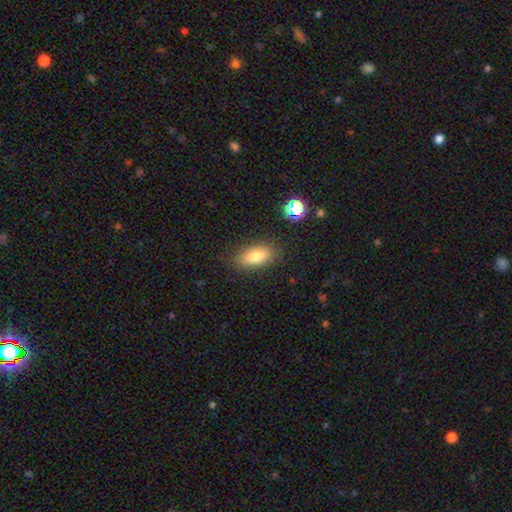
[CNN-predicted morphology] type=smooth (79%); roundness=in between (86%); merging=none (85%).